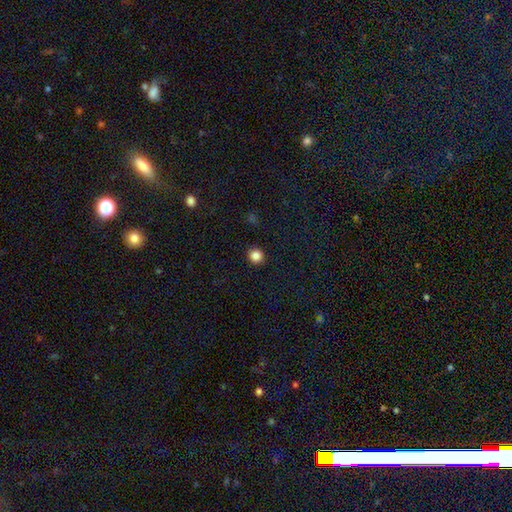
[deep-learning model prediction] Smooth or featured?
  - smooth: 85% *
  - star or artifact: 11%
  - featured or disk: 4%
How rounded?
  - round: 91% *
  - in between: 8%
  - cigar-shaped: 1%
Merging?
  - none: 93% *
  - minor disturbance: 5%
  - major disturbance: 2%
  - merger: 1%